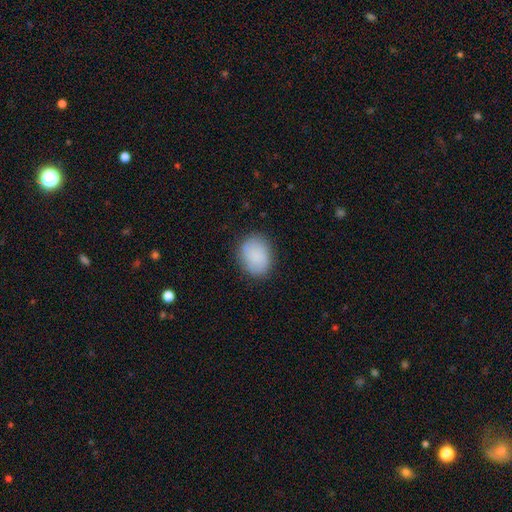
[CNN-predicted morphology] Smooth or featured?
  - smooth: 85% *
  - featured or disk: 8%
  - star or artifact: 7%
How rounded?
  - in between: 60% *
  - round: 39%
  - cigar-shaped: 1%
Merging?
  - none: 81% *
  - minor disturbance: 14%
  - major disturbance: 4%
  - merger: 1%